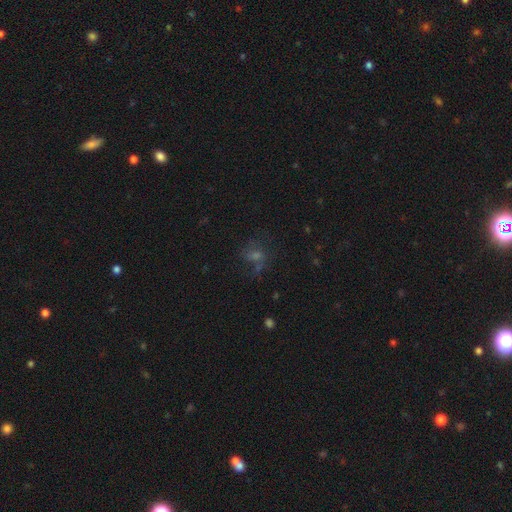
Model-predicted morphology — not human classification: Smooth or featured? star or artifact (35%)